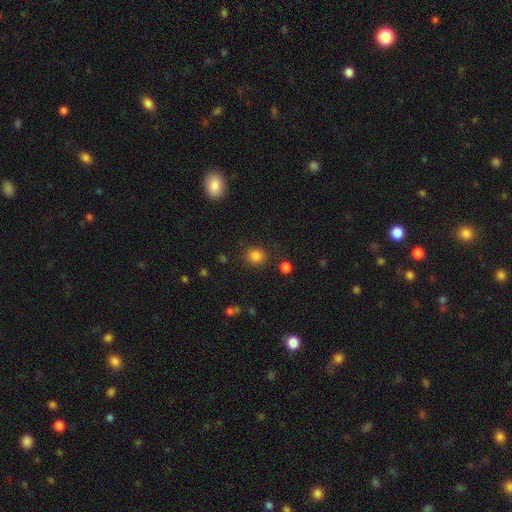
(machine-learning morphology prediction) Smooth or featured? smooth (84%)
How rounded? round (83%)
Merging? none (84%)